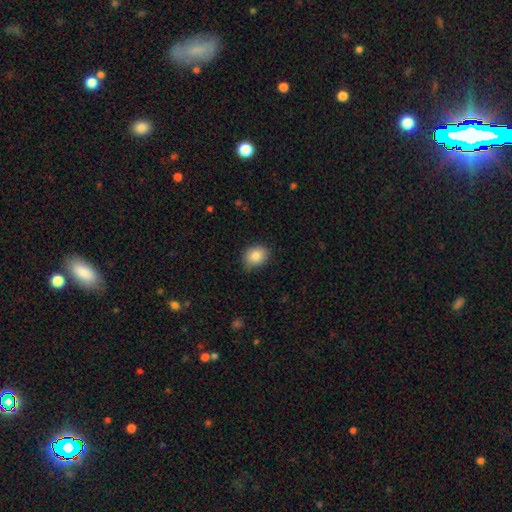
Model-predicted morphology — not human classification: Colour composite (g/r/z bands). It shows a smooth galaxy with no disk features (87%) that is round (55%). Merging: none (77%).